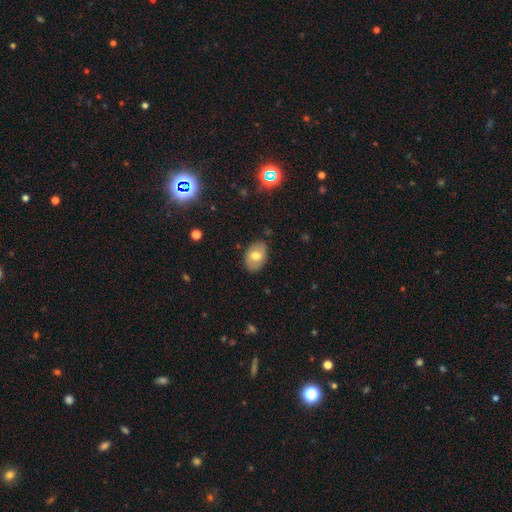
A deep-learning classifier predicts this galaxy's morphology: This appears to be a smooth galaxy with no disk features (70%) that is in between round and cigar-shaped (82%). Merging: none (83%).